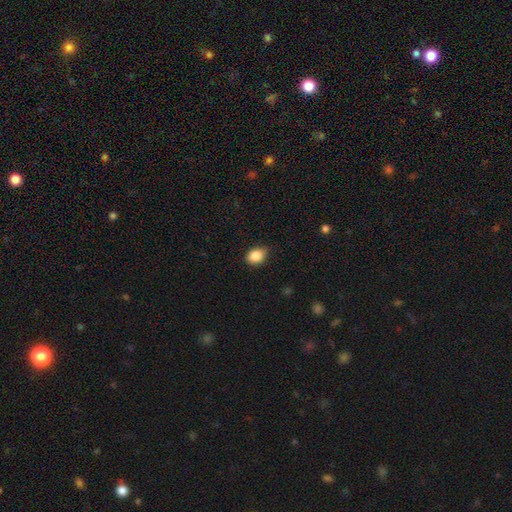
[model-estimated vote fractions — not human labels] Q: Smooth or featured?
A: smooth (85%); runner-up: star or artifact (9%)
Q: How rounded?
A: in between (63%); runner-up: round (36%)
Q: Merging?
A: none (76%); runner-up: minor disturbance (21%)